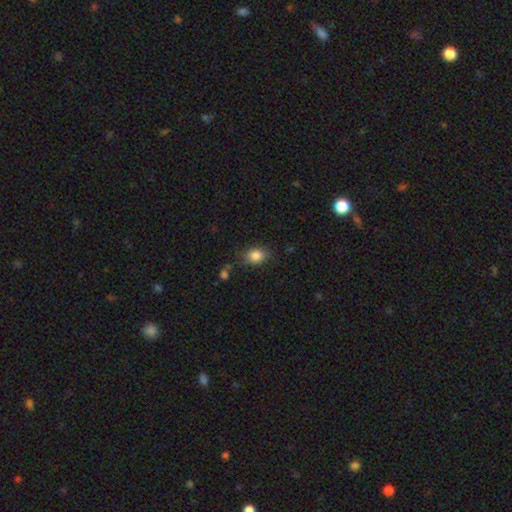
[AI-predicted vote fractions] smooth_or_featured: smooth (p=0.85) [alt: star or artifact p=0.09]
how_rounded: in between (p=0.67) [alt: round p=0.31]
merging: none (p=0.79) [alt: minor disturbance p=0.15]